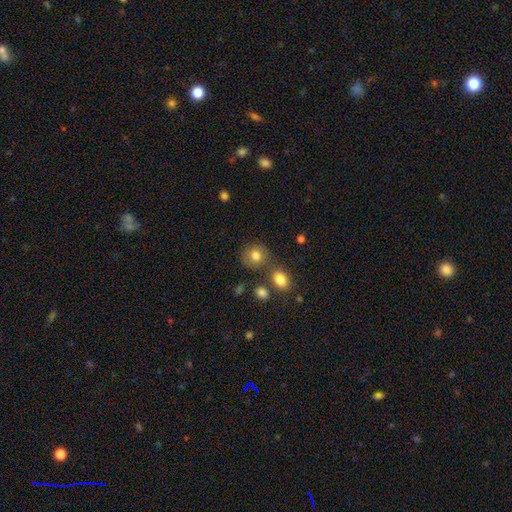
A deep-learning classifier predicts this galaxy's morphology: A smooth galaxy with no disk features (79%) that is round (79%). Merging: none (67%).